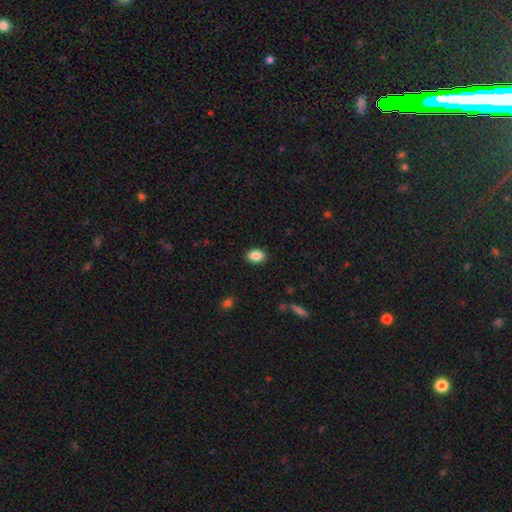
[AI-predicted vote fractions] The model was most divided on "how rounded": in between: 74%, round: 24%, cigar-shaped: 1%. More confident: merging — none (89%); smooth or featured — smooth (87%).